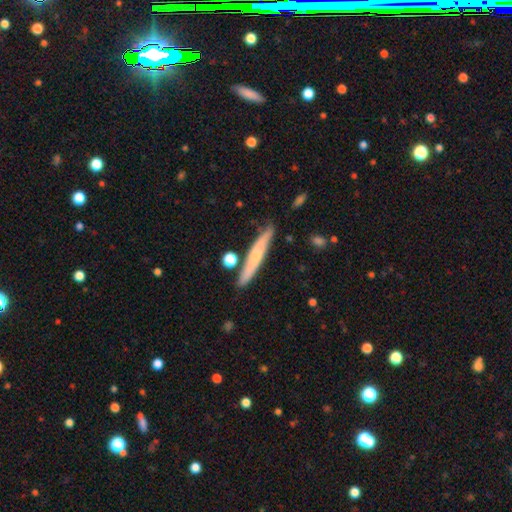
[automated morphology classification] A smooth galaxy with no disk features (54%) that is cigar-shaped (93%). Merging: none (82%).